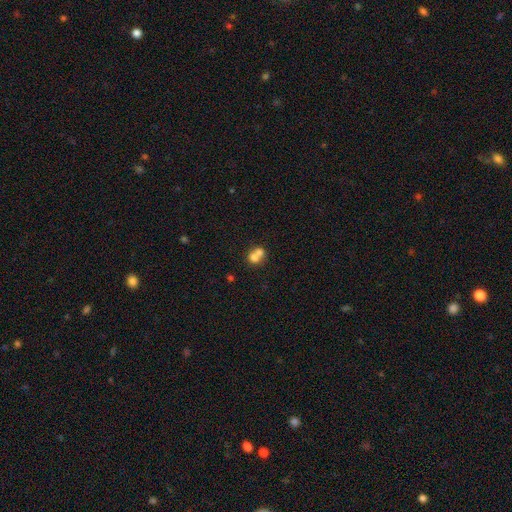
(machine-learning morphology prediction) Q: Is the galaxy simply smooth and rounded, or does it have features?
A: smooth — 68%.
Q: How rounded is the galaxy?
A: round — 72%.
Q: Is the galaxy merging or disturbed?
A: merger — 67%.